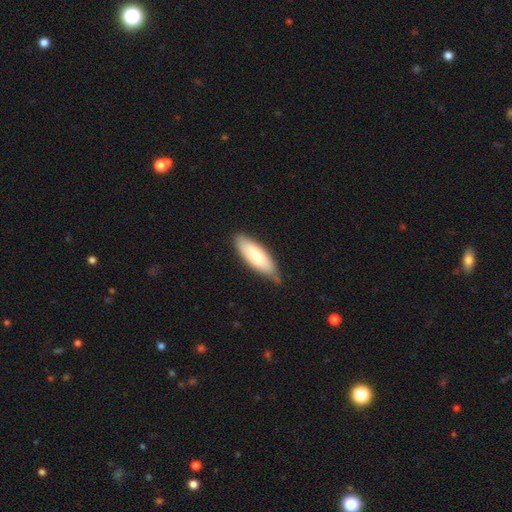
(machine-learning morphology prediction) smooth 72%, featured or disk 23%, star or artifact 5%. Down the decision tree: how rounded — in between (66%); merging — none (69%).